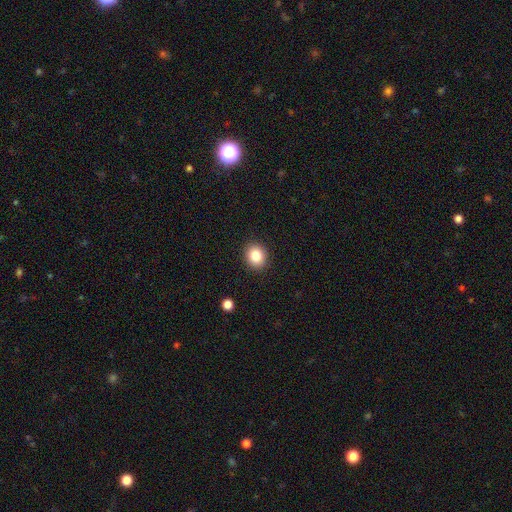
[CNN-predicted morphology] Overall: smooth (84%). How rounded: round (65%; in between 34%). Merging: none (90%).